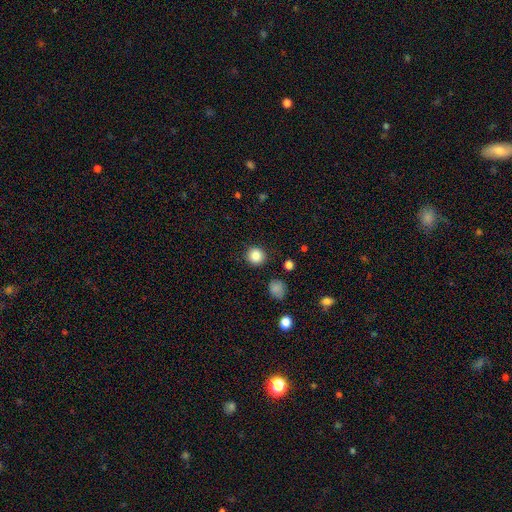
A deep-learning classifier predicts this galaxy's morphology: This is clearly a smooth galaxy (86%). How rounded: clearly round (91%). Merging: clearly none (90%).